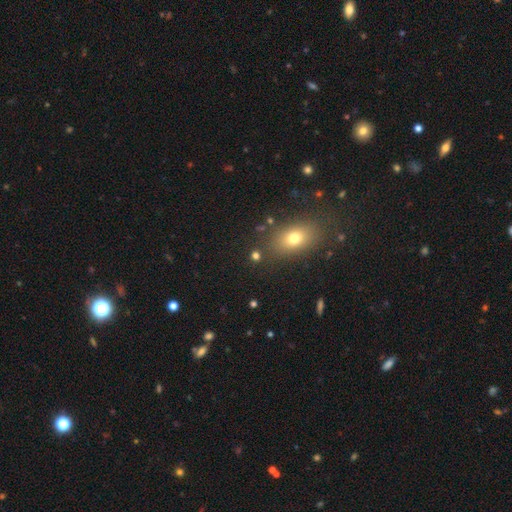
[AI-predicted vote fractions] A smooth galaxy with no disk features (71%) that is round (64%).

Vote fractions:
- Smooth or featured? smooth: 71% / star or artifact: 20% / featured or disk: 9%
- How rounded? round: 64% / in between: 33% / cigar-shaped: 3%
- Merging? none: 80% / minor disturbance: 9% / merger: 6% / major disturbance: 4%